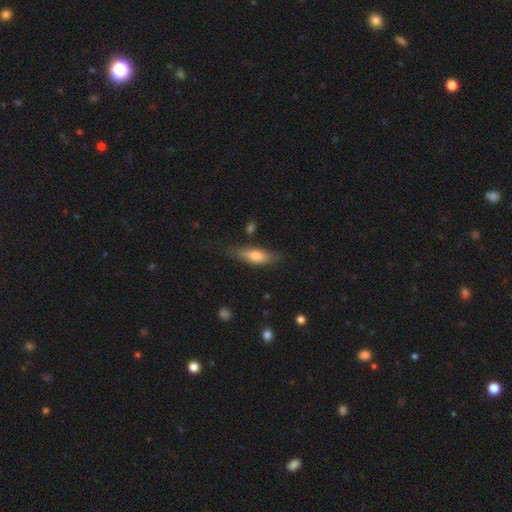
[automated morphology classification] The model was most divided on "how rounded": in between: 50%, cigar-shaped: 47%, round: 3%. More confident: merging — none (72%); smooth or featured — smooth (64%).